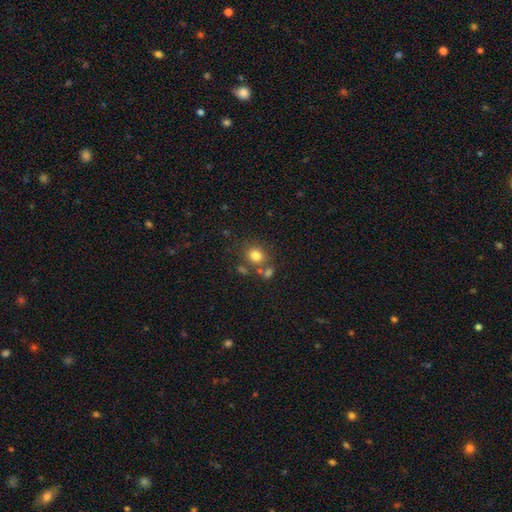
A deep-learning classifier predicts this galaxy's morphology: smooth 78%, star or artifact 13%, featured or disk 9%. Down the decision tree: how rounded — round (69%); merging — none (66%).